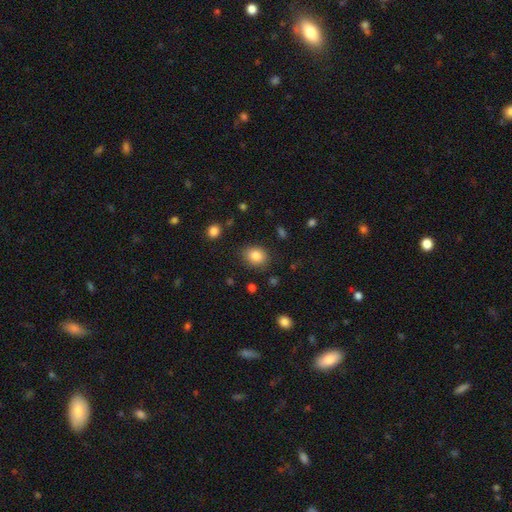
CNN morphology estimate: A smooth galaxy with no disk features (84%) that is round (55%).

Vote fractions:
- Smooth or featured? smooth: 84% / star or artifact: 10% / featured or disk: 6%
- How rounded? round: 55% / in between: 44% / cigar-shaped: 1%
- Merging? none: 84% / minor disturbance: 11% / major disturbance: 3% / merger: 2%